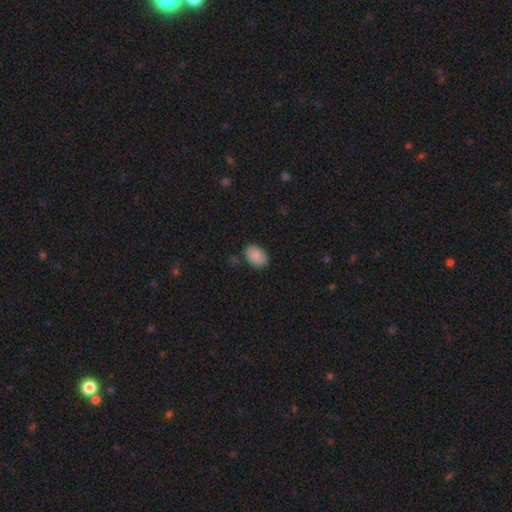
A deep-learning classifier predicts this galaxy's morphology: A smooth galaxy with no disk features (88%) that is in between round and cigar-shaped (87%).

Vote fractions:
- Smooth or featured? smooth: 88% / star or artifact: 7% / featured or disk: 5%
- How rounded? in between: 87% / round: 11% / cigar-shaped: 1%
- Merging? none: 80% / minor disturbance: 14% / major disturbance: 3% / merger: 2%